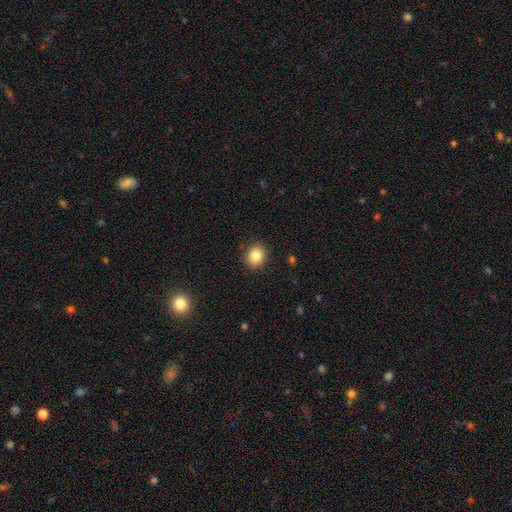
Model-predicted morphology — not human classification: Overall: smooth (85%). How rounded: round (62%; in between 37%). Merging: none (88%).